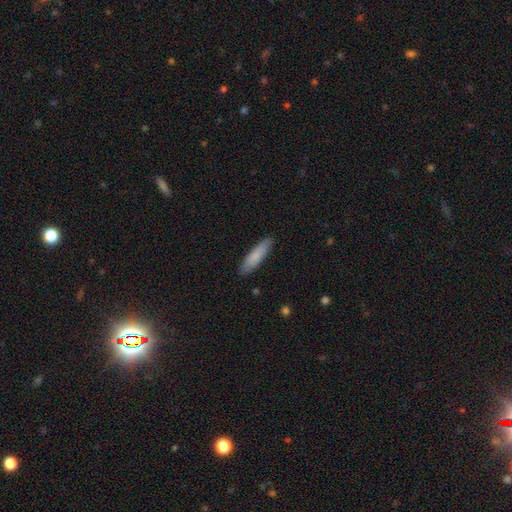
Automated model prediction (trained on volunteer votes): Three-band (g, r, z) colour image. It shows a smooth galaxy with no disk features (82%) that is cigar-shaped (73%). Merging: none (87%).